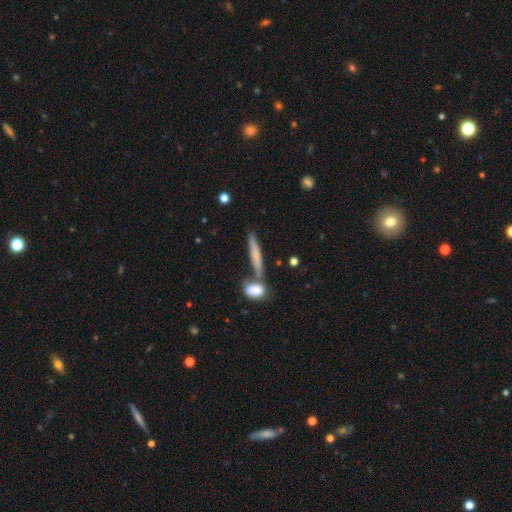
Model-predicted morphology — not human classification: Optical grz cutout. It shows a smooth galaxy with no disk features (64%) that is cigar-shaped (87%). Merging: none (66%).